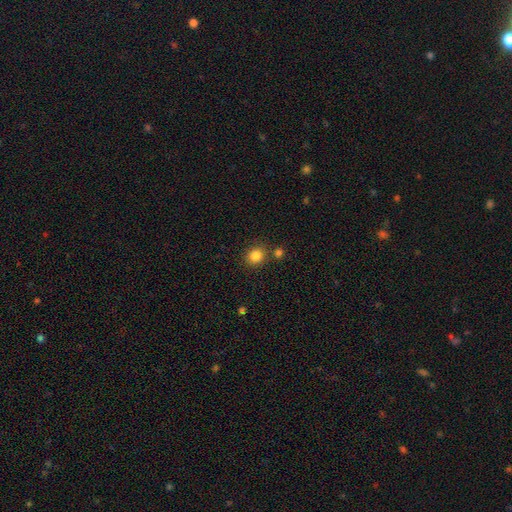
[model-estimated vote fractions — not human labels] This is clearly a smooth galaxy (84%). How rounded: likely round (79%). Merging: likely none (79%).